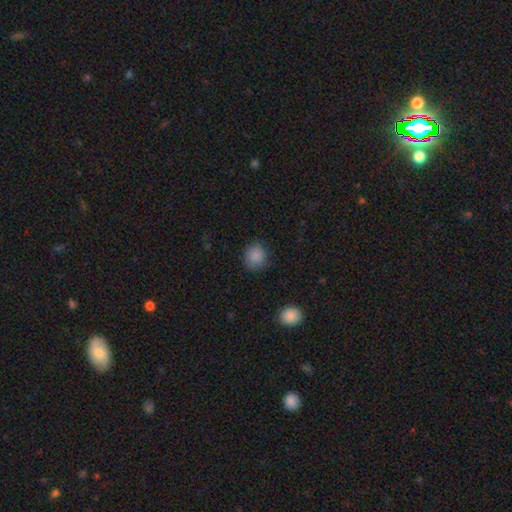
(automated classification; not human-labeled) This appears to be a smooth galaxy with no disk features (86%) that is round (85%). Merging: none (83%).